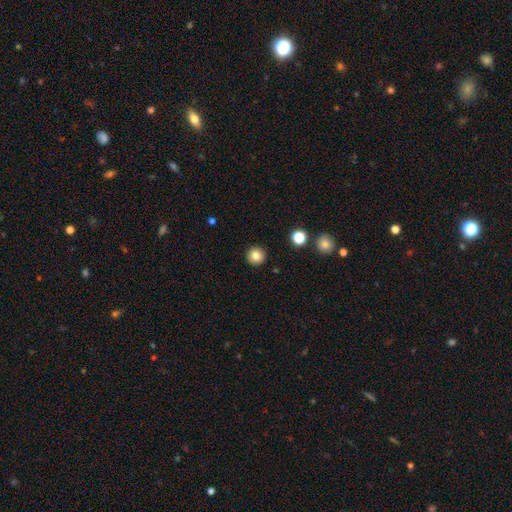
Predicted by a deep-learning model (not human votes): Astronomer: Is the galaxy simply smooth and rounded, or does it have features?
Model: smooth — 83%.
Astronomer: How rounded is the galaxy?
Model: round — 95%.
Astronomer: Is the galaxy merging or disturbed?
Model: none — 92%.